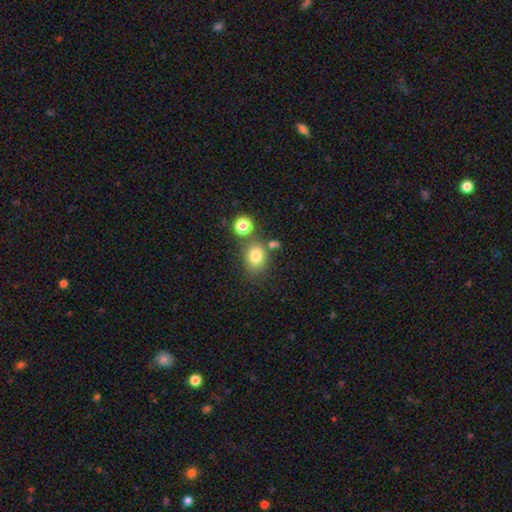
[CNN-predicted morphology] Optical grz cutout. It shows a smooth galaxy with no disk features (79%) that is in between round and cigar-shaped (53%). Merging: none (66%).